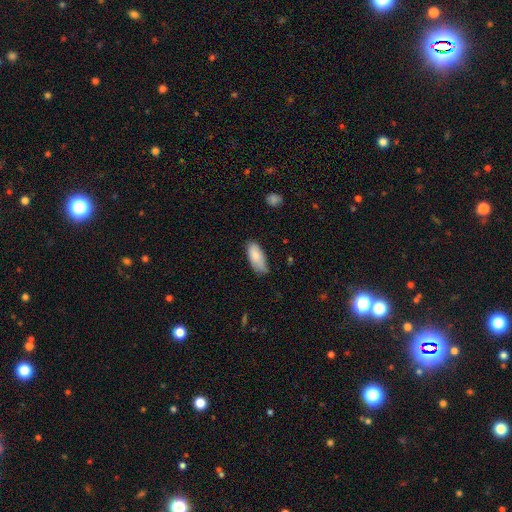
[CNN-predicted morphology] This is clearly a smooth galaxy (85%). How rounded: clearly in between (85%). Merging: likely none (63%).